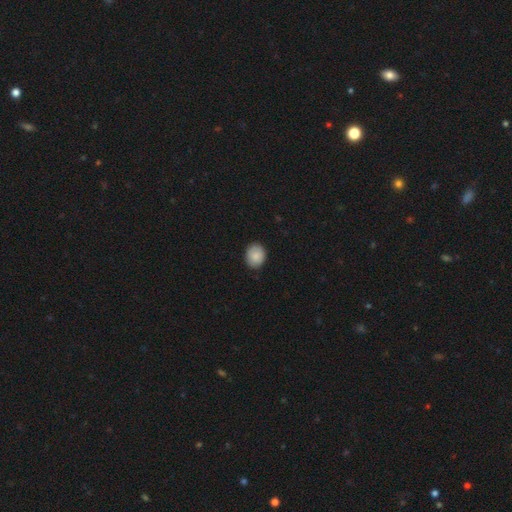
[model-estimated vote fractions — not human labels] This appears to be a smooth galaxy with no disk features (87%) that is round (54%). Merging: none (85%).